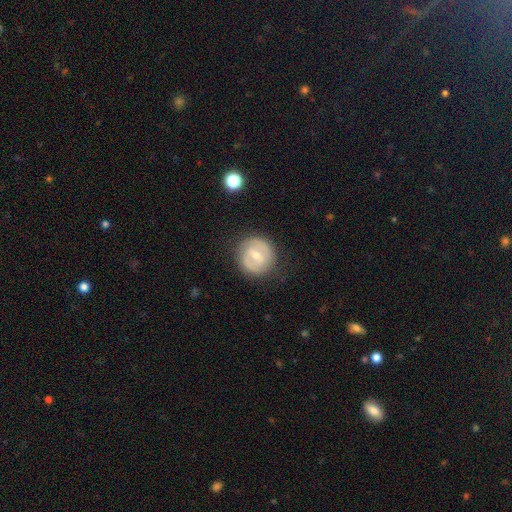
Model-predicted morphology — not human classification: This is likely a featured or disk galaxy (62%). It is clearly not viewed edge-on (97%). Bar: possibly weak (53%). Spiral arm pattern: likely yes (64%). Central bulge: possibly moderate (51%). Merging: clearly none (81%).